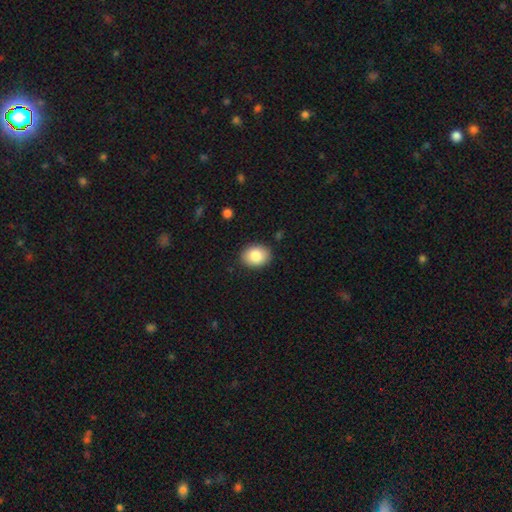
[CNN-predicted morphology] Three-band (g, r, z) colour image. It shows a smooth galaxy with no disk features (84%) that is in between round and cigar-shaped (66%). Merging: none (89%).